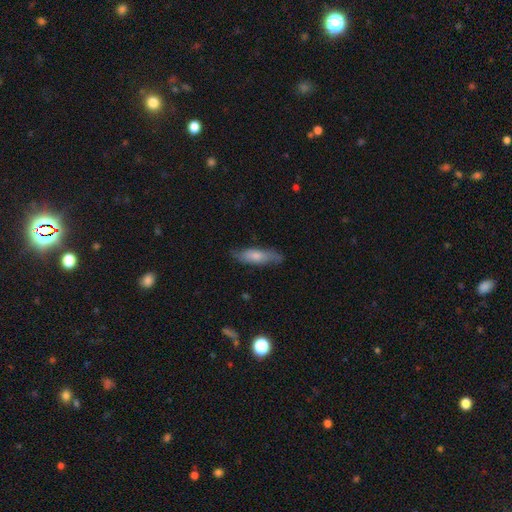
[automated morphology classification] The model was most divided on "how rounded": cigar-shaped: 57%, in between: 41%, round: 2%. More confident: merging — none (73%); smooth or featured — smooth (63%).